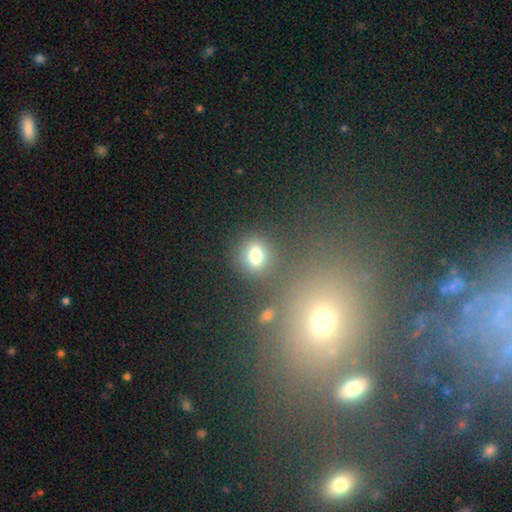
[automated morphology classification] This is likely a smooth galaxy (72%). How rounded: possibly round (59%). Merging: likely none (78%).